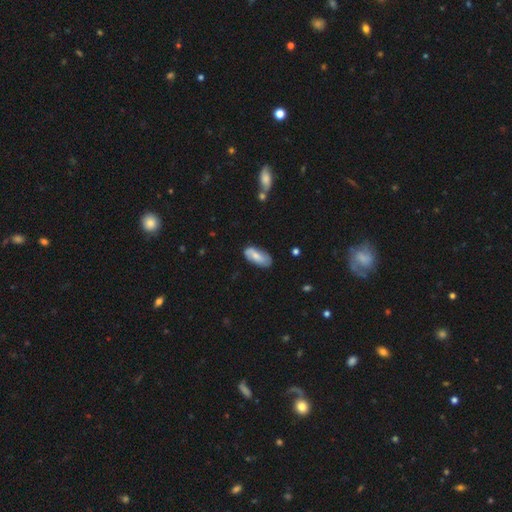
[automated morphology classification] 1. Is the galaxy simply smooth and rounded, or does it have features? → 61% smooth, 33% featured or disk, 6% star or artifact.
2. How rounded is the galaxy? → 88% in between, 9% cigar-shaped, 3% round.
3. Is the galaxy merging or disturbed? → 72% none, 21% minor disturbance, 5% major disturbance, 2% merger.